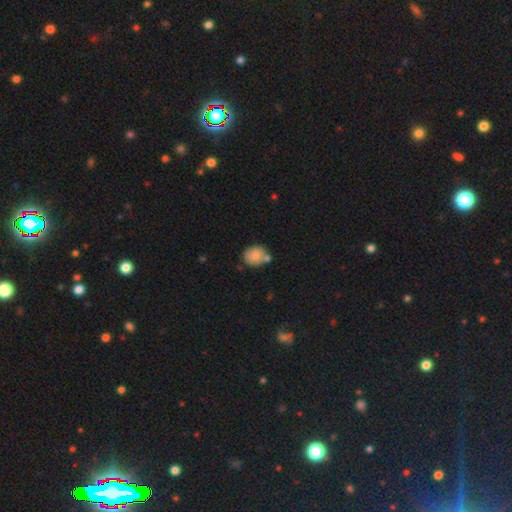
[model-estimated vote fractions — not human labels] Smooth or featured? Predicted: smooth (p=0.82). How rounded? Predicted: round (p=0.70). Merging? Predicted: none (p=0.60).